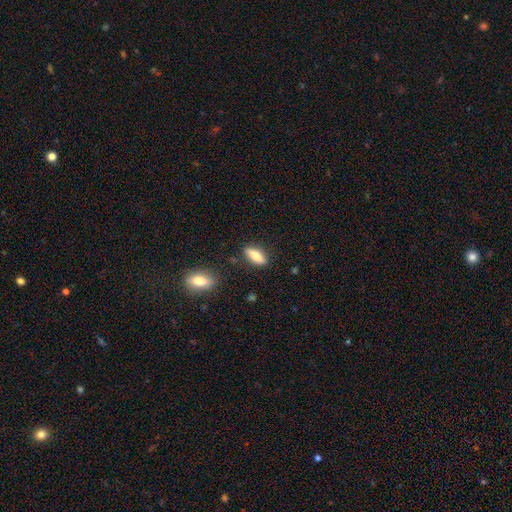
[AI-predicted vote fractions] smooth 68%, featured or disk 25%, star or artifact 7%. Down the decision tree: how rounded — in between (64%); merging — none (84%).